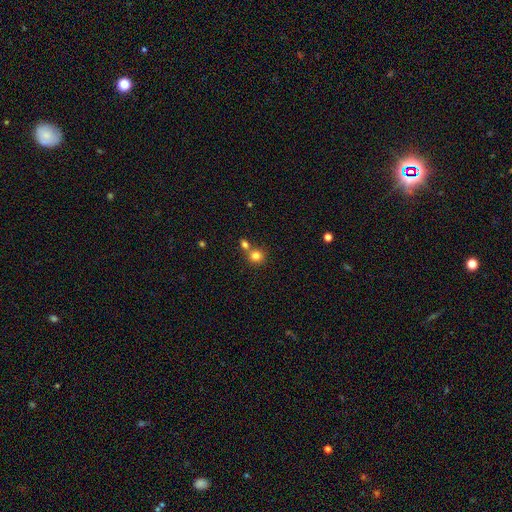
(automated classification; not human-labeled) Morphology: type=smooth (81%); roundness=round (87%); merging=none (56%).